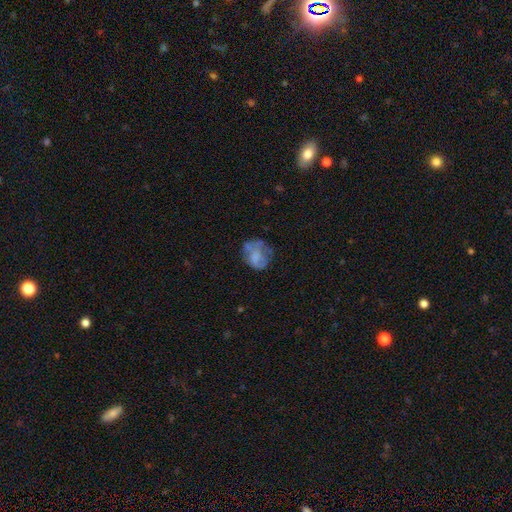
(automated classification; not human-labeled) Smooth or featured? Predicted: smooth (p=0.49). Merging? Predicted: none (p=0.47).